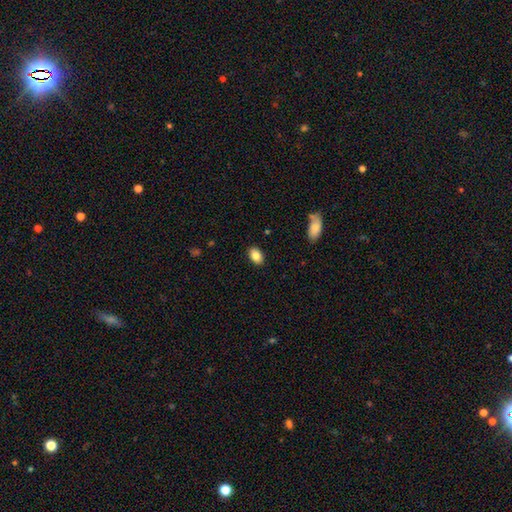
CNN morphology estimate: Smooth or featured: smooth — 86% (star or artifact — 8%)
How rounded: in between — 87% (round — 11%)
Merging: none — 88% (minor disturbance — 8%)